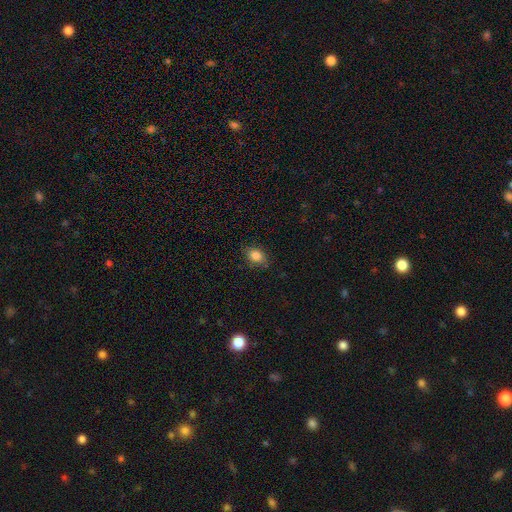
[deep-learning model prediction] smooth 84%, star or artifact 10%, featured or disk 6%. Down the decision tree: how rounded — in between (65%); merging — none (79%).